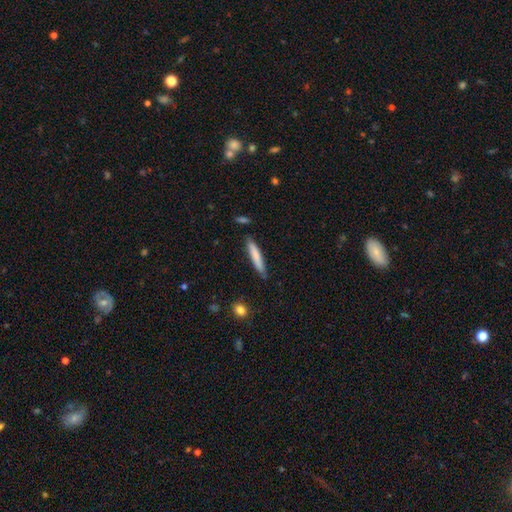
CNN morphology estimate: This is likely a smooth galaxy (79%). How rounded: clearly cigar-shaped (91%). Merging: clearly none (80%).